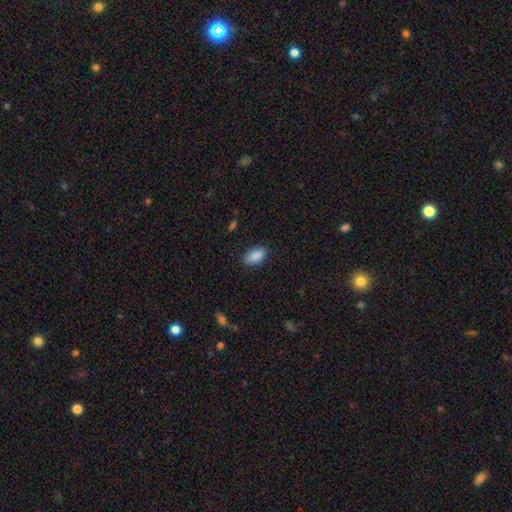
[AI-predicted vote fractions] Morphology: type=smooth (89%); roundness=in between (92%); merging=none (83%).